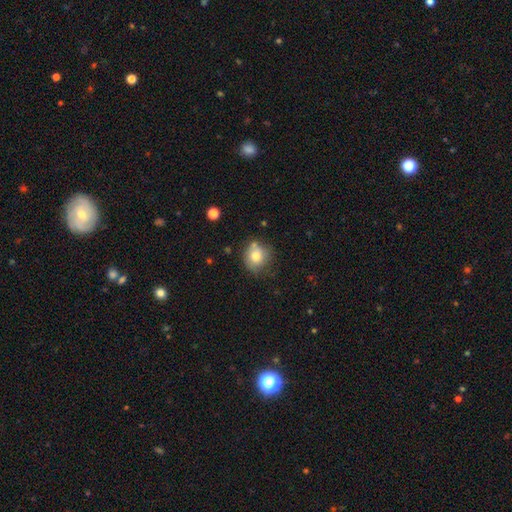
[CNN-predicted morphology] smooth 74%, featured or disk 17%, star or artifact 10%. Down the decision tree: how rounded — round (77%); merging — none (59%).